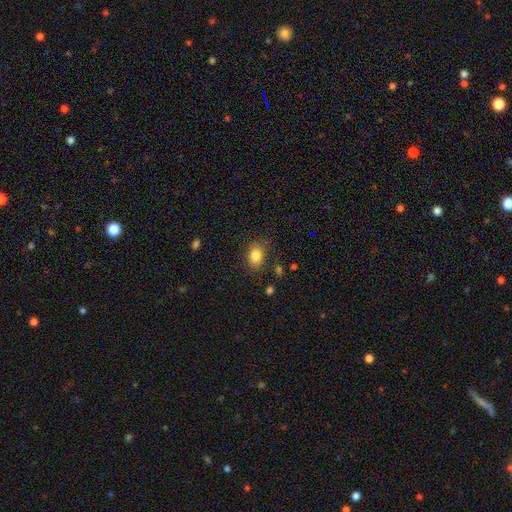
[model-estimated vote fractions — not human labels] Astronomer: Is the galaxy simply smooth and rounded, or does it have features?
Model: smooth — 84%.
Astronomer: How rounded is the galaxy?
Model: in between — 70%.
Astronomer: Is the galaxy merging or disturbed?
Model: none — 78%.